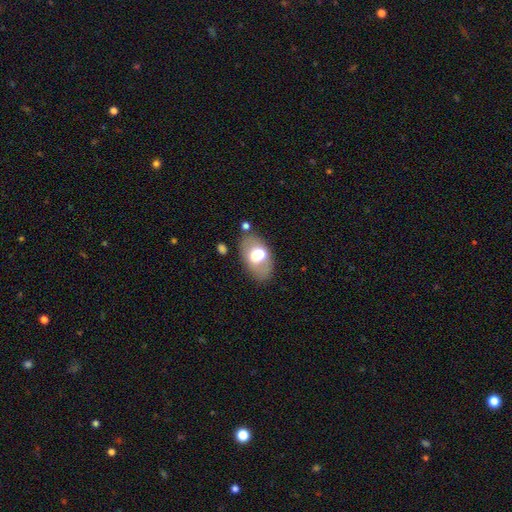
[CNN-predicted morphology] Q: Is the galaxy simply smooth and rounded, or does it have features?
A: smooth — 58%.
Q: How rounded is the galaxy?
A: in between — 89%.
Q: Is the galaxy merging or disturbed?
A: none — 72%.